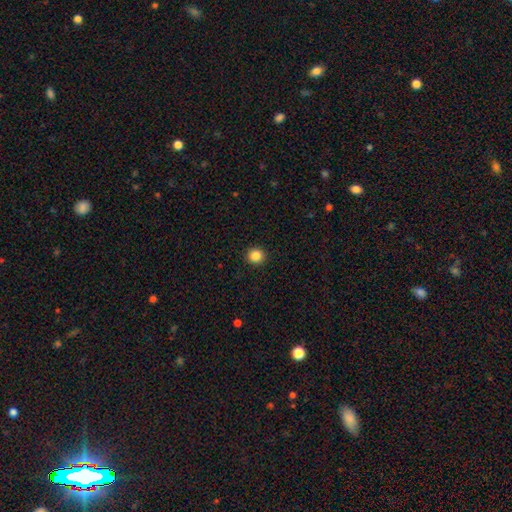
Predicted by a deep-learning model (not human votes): smooth-or-featured: smooth: 85% | star or artifact: 11% | featured or disk: 4%
  how-rounded: round: 93% | in between: 6% | cigar-shaped: 1%
  merging: none: 93% | minor disturbance: 5% | major disturbance: 2% | merger: 1%